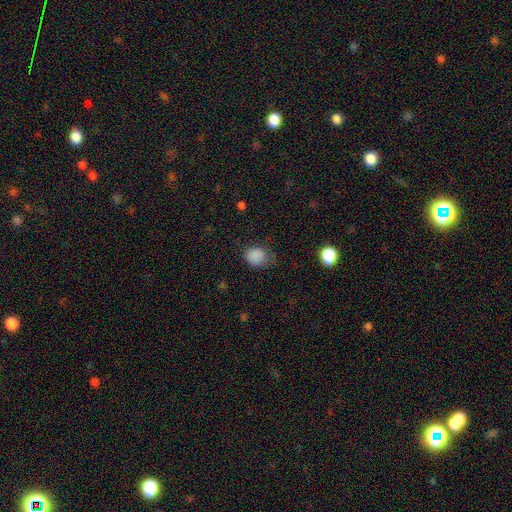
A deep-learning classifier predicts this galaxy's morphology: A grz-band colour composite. It shows a smooth galaxy with no disk features (85%) that is round (55%). Merging: none (60%).